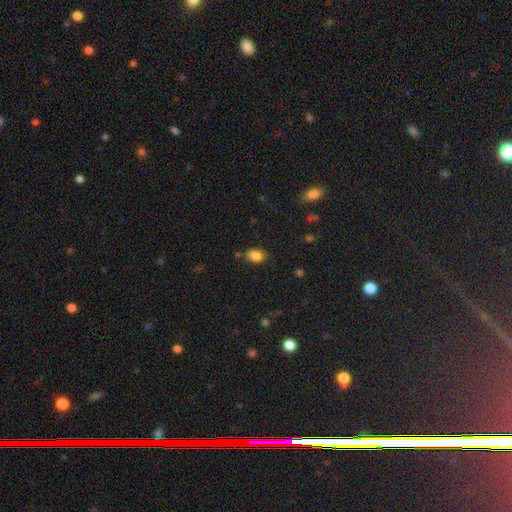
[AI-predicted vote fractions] Overall: smooth (85%). How rounded: in between (86%). Merging: none (77%).